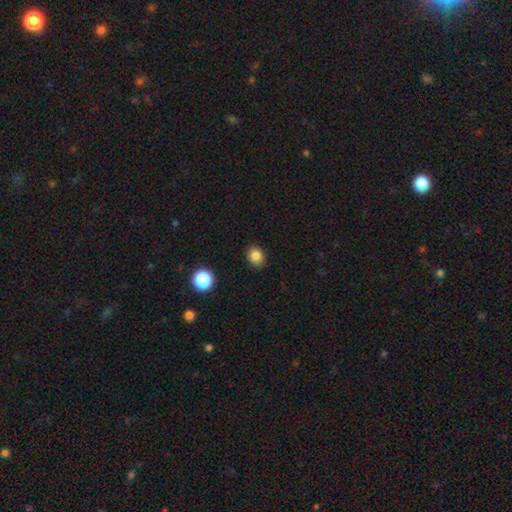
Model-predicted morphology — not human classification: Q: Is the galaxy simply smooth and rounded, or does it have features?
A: smooth — 83%.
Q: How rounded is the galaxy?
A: round — 66%.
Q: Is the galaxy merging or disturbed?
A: none — 88%.